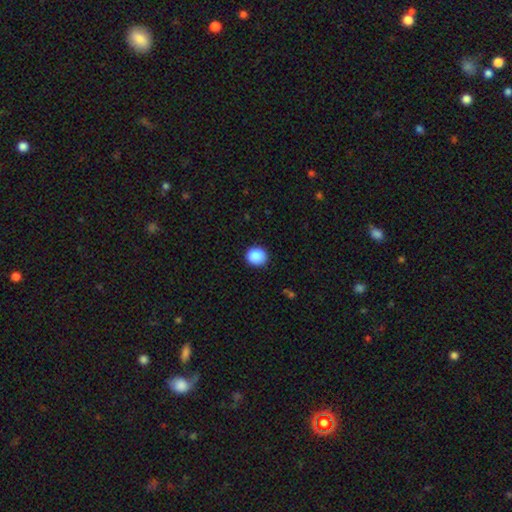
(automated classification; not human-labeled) Smooth or featured: smooth — 89% (star or artifact — 9%)
How rounded: round — 82% (in between — 17%)
Merging: none — 89% (minor disturbance — 8%)